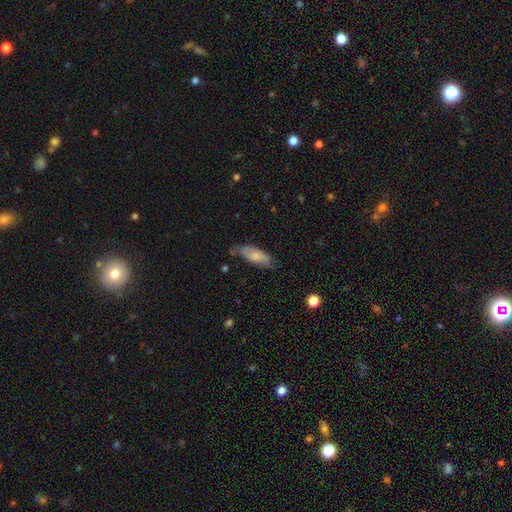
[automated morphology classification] A smooth galaxy with no disk features (71%) that is in between round and cigar-shaped (71%). Merging: none (61%).